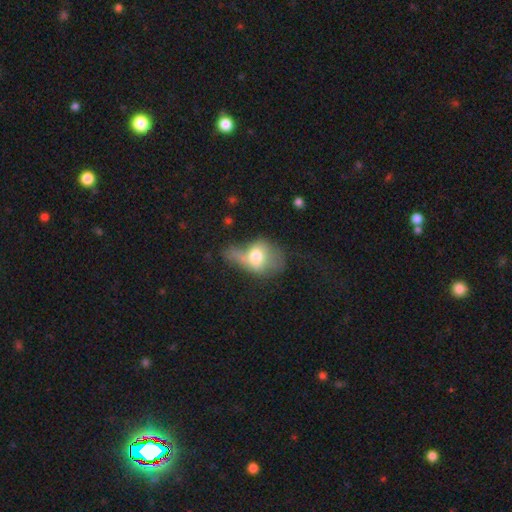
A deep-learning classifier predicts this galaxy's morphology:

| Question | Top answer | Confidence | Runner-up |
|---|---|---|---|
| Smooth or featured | smooth | 61% | featured or disk (29%) |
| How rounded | in between | 61% | round (36%) |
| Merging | major disturbance | 45% | minor disturbance (23%) |